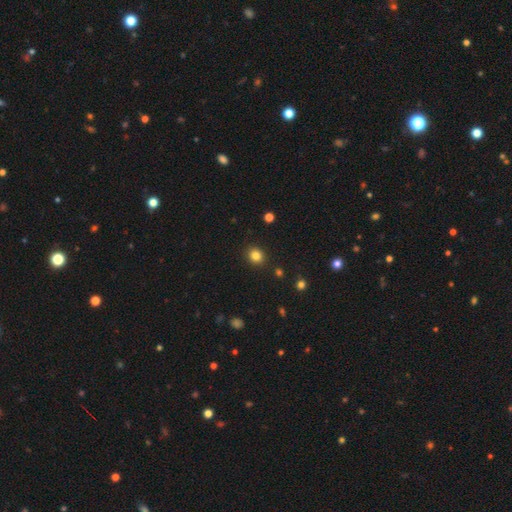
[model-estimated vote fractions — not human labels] A smooth galaxy with no disk features (82%) that is round (76%). Merging: none (89%).